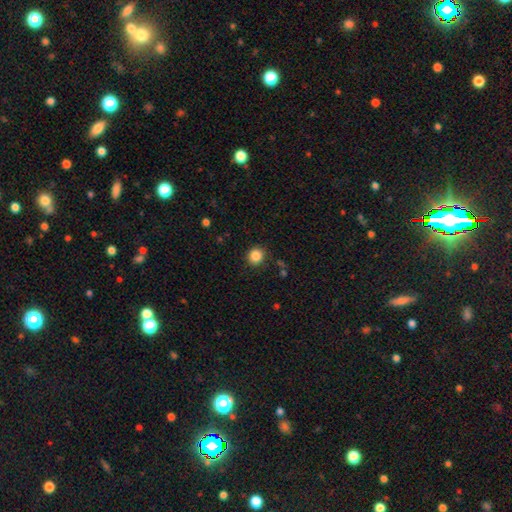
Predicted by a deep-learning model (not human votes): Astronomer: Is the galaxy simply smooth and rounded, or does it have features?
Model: smooth — 86%.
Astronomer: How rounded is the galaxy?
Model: round — 88%.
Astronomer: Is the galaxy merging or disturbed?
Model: none — 89%.